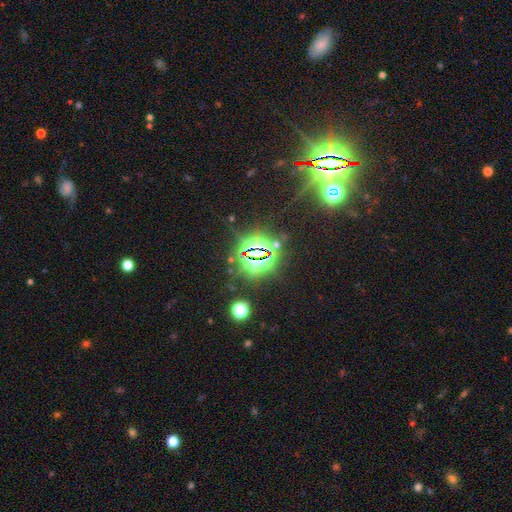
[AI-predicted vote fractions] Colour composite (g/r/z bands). It shows a star or artifact, not a galaxy (84%).